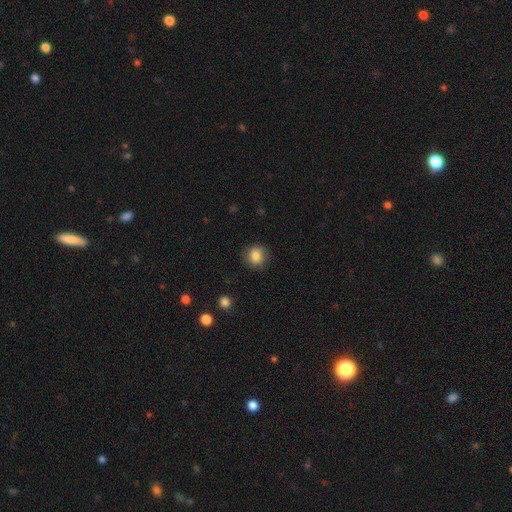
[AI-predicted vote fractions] smooth 84%, star or artifact 10%, featured or disk 6%. Down the decision tree: how rounded — round (87%); merging — none (88%).